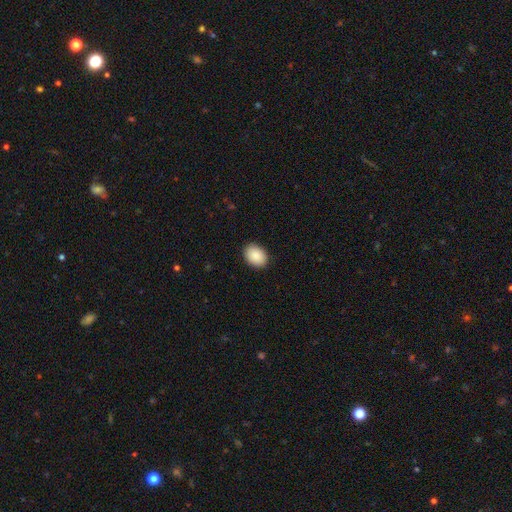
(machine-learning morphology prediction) A smooth galaxy with no disk features (90%) that is in between round and cigar-shaped (70%). Merging: none (89%).